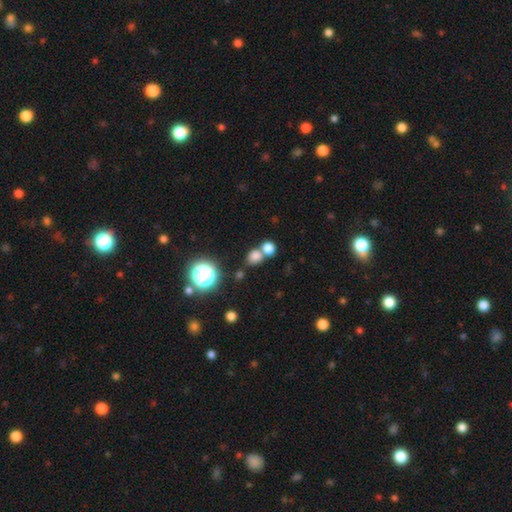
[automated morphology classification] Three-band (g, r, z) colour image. It shows a smooth galaxy with no disk features (75%) that is round (60%). Merging: none (53%).